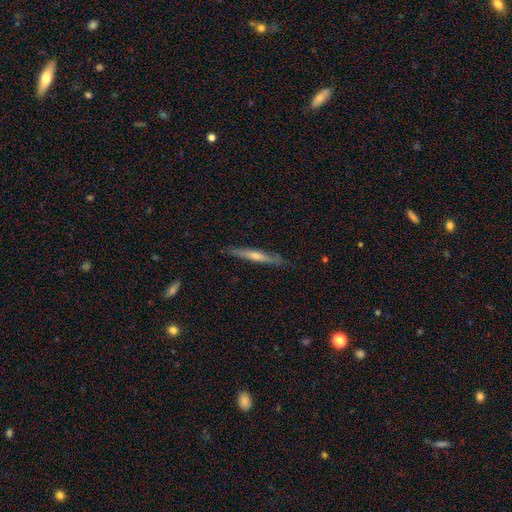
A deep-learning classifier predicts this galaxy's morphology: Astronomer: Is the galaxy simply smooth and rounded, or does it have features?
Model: featured or disk — 58% (runner-up: smooth, 36%).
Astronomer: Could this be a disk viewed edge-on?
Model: yes — 93%.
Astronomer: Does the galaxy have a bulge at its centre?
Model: rounded — 58% (runner-up: none, 35%).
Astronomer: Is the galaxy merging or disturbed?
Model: none — 84%.